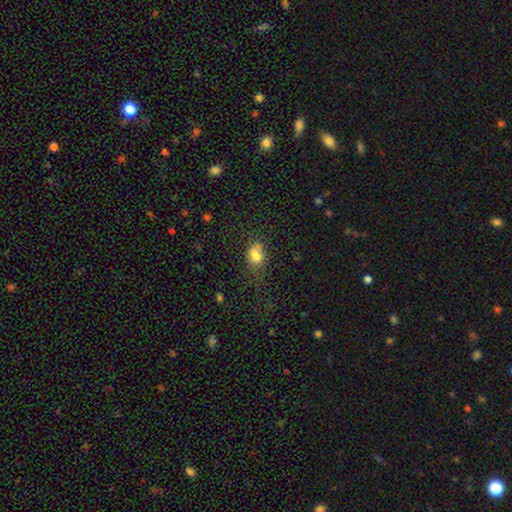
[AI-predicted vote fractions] A smooth galaxy with no disk features (73%) that is in between round and cigar-shaped (56%). Merging: none (40%).